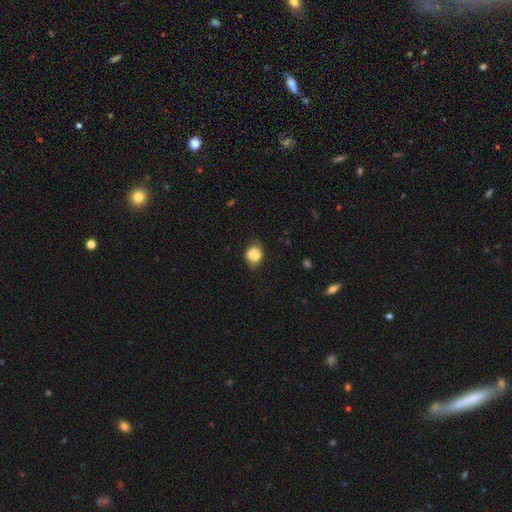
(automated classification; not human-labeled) A smooth galaxy with no disk features (68%) that is round (52%).

Vote fractions:
- Smooth or featured? smooth: 68% / featured or disk: 22% / star or artifact: 10%
- How rounded? round: 52% / in between: 46% / cigar-shaped: 1%
- Merging? merger: 45% / none: 37% / minor disturbance: 13% / major disturbance: 5%